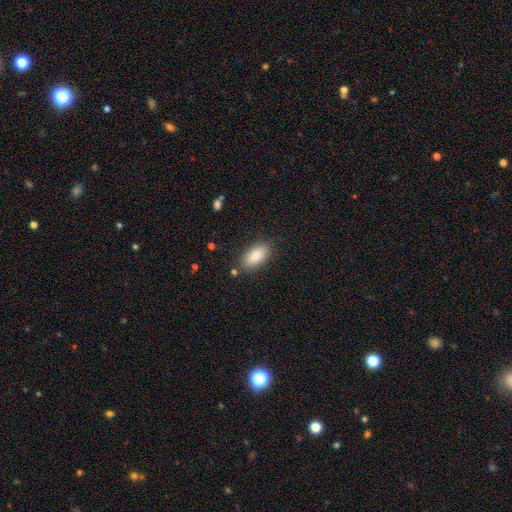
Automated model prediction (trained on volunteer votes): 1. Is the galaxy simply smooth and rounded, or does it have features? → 84% smooth, 9% featured or disk, 7% star or artifact.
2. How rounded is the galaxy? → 91% in between, 6% cigar-shaped, 3% round.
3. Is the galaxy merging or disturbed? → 84% none, 11% minor disturbance, 3% major disturbance, 2% merger.